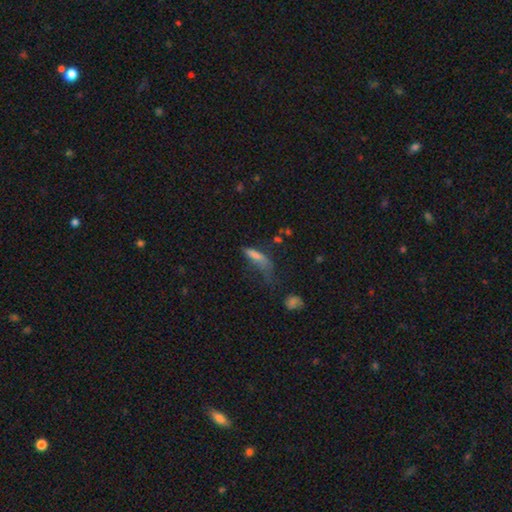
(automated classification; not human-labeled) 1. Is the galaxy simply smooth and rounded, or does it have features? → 65% smooth, 21% featured or disk, 14% star or artifact.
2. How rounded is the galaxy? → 57% cigar-shaped, 39% in between, 3% round.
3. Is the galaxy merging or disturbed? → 43% major disturbance, 25% none, 24% minor disturbance, 7% merger.